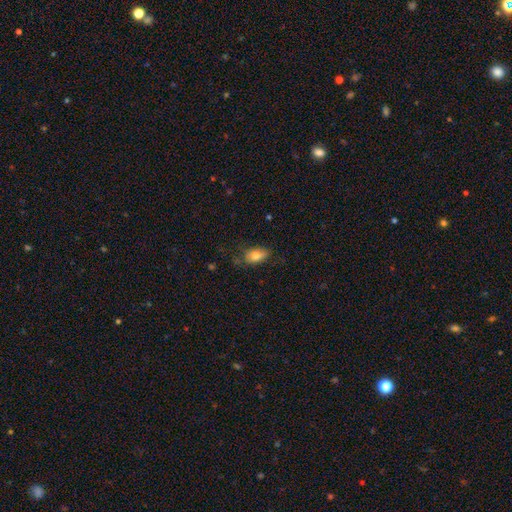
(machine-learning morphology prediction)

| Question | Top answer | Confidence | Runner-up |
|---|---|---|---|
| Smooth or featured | smooth | 80% | featured or disk (12%) |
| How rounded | in between | 87% | round (10%) |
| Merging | none | 64% | minor disturbance (26%) |